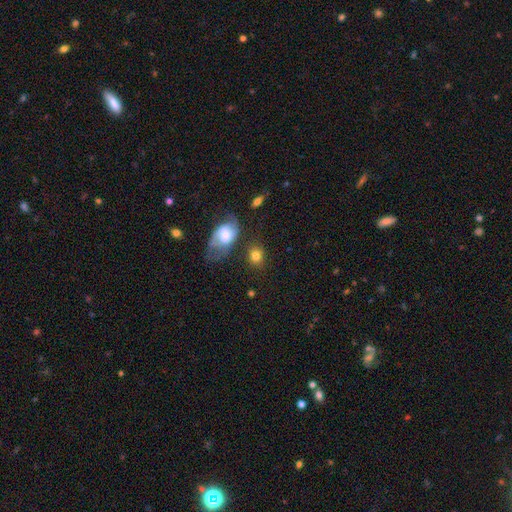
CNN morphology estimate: smooth 76%, featured or disk 14%, star or artifact 9%. Down the decision tree: how rounded — round (64%); merging — none (69%).